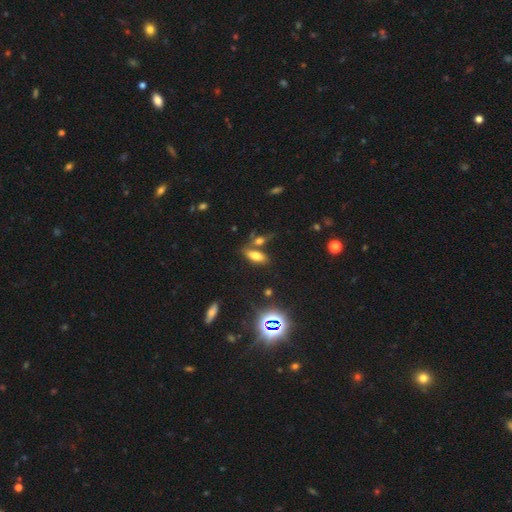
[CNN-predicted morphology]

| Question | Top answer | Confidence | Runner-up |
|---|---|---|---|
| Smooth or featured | smooth | 68% | star or artifact (18%) |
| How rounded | in between | 75% | cigar-shaped (21%) |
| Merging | none | 62% | merger (22%) |